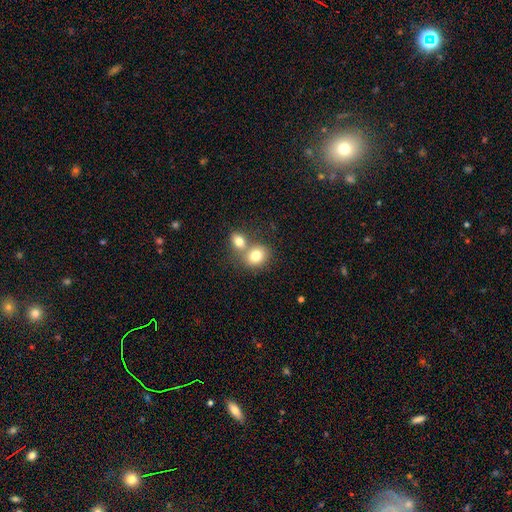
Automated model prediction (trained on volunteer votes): Smooth or featured? Predicted: smooth (p=0.79). How rounded? Predicted: round (p=0.59). Merging? Predicted: merger (p=0.53).